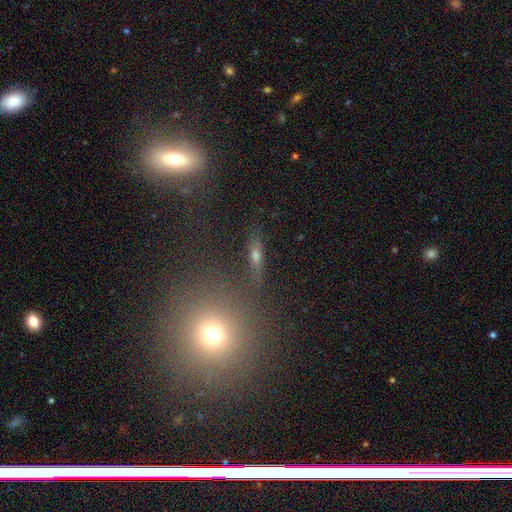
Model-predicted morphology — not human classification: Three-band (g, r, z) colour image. It shows a smooth galaxy with no disk features (44%). Merging: none (67%).